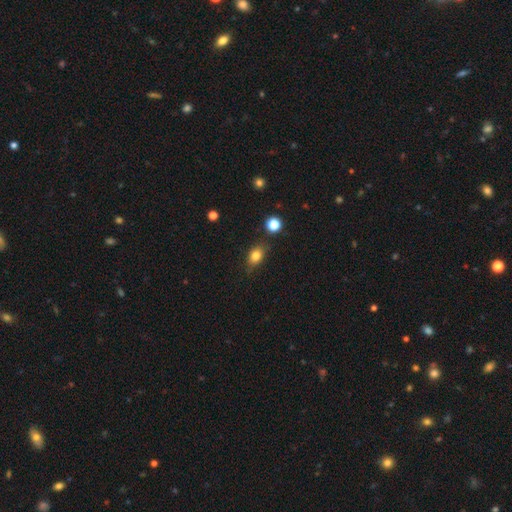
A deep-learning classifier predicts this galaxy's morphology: A smooth galaxy with no disk features (81%) that is in between round and cigar-shaped (72%). Merging: none (77%).